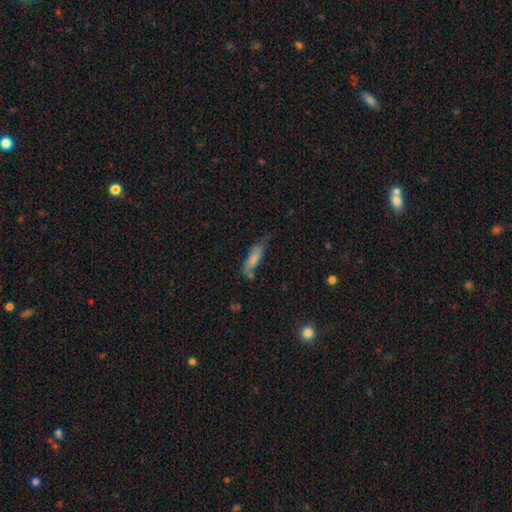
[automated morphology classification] Smooth or featured: smooth — 51% (featured or disk — 35%)
How rounded: cigar-shaped — 60% (in between — 37%)
Merging: none — 55% (minor disturbance — 27%)